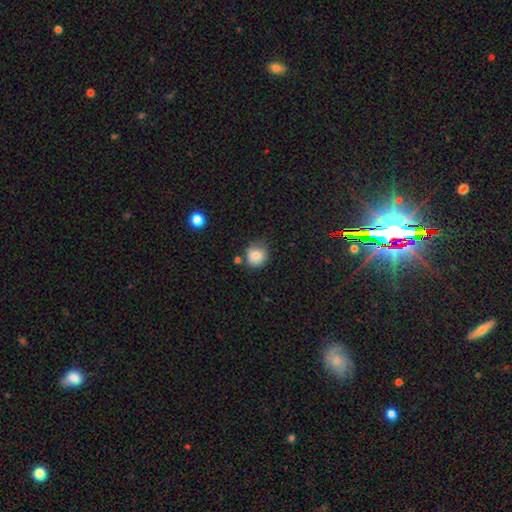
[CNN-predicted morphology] Smooth or featured: smooth — 81% (star or artifact — 10%)
How rounded: round — 87% (in between — 12%)
Merging: none — 69% (minor disturbance — 21%)